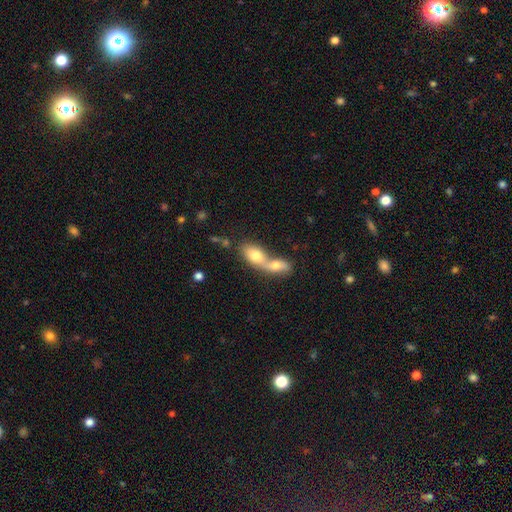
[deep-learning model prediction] Smooth or featured? Predicted: smooth (p=0.74). How rounded? Predicted: in between (p=0.82). Merging? Predicted: merger (p=0.77).